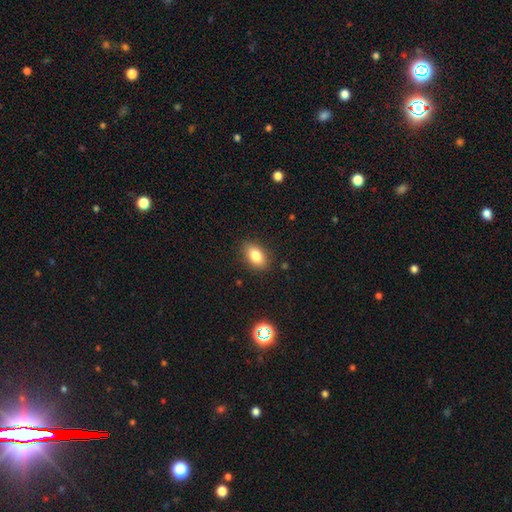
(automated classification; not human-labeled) Smooth or featured?
  - smooth: 81% *
  - featured or disk: 10%
  - star or artifact: 9%
How rounded?
  - in between: 87% *
  - round: 11%
  - cigar-shaped: 3%
Merging?
  - none: 86% *
  - minor disturbance: 10%
  - major disturbance: 3%
  - merger: 1%